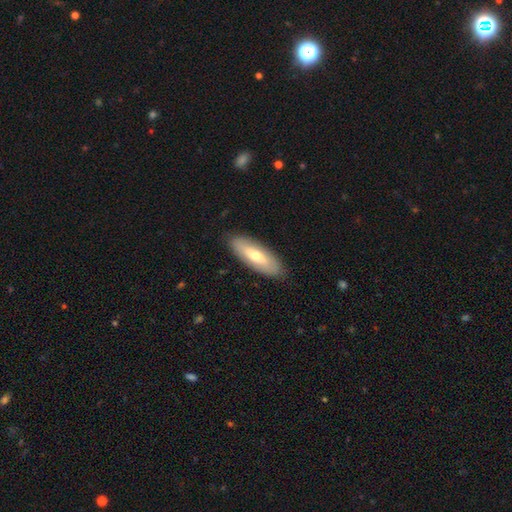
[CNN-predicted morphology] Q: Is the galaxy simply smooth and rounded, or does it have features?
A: smooth — 55%.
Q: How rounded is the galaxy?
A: in between — 63%.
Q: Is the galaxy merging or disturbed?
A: none — 87%.